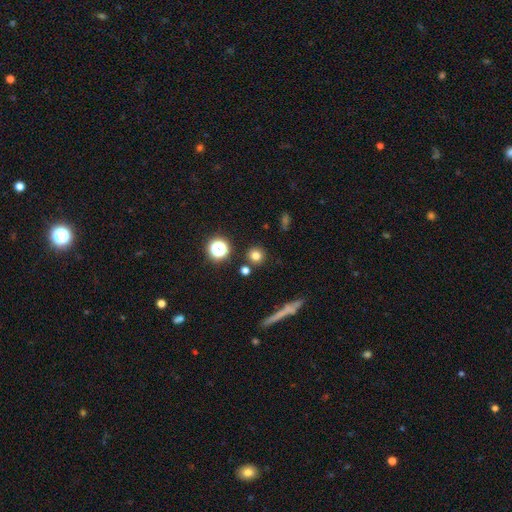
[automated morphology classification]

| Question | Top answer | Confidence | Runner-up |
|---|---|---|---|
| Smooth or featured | smooth | 76% | star or artifact (16%) |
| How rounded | round | 92% | in between (6%) |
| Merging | none | 88% | minor disturbance (6%) |